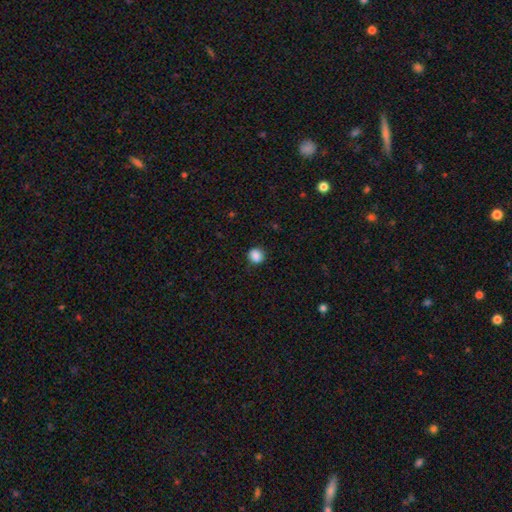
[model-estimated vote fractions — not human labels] This is clearly a smooth galaxy (87%). How rounded: clearly round (84%). Merging: clearly none (85%).